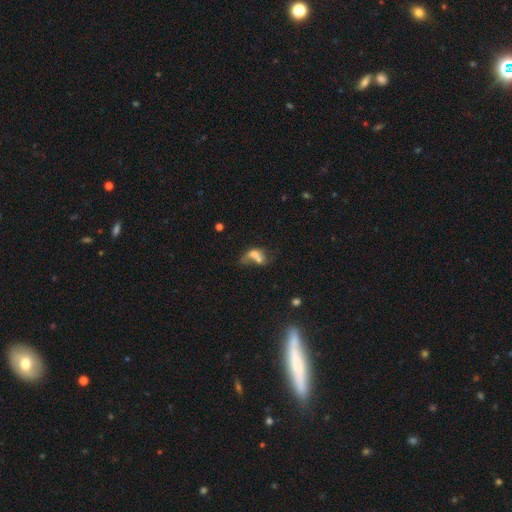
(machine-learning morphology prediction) smooth_or_featured: smooth (p=0.51) [alt: featured or disk p=0.35]
how_rounded: in between (p=0.78) [alt: round p=0.16]
merging: merger (p=0.43) [alt: major disturbance p=0.29]